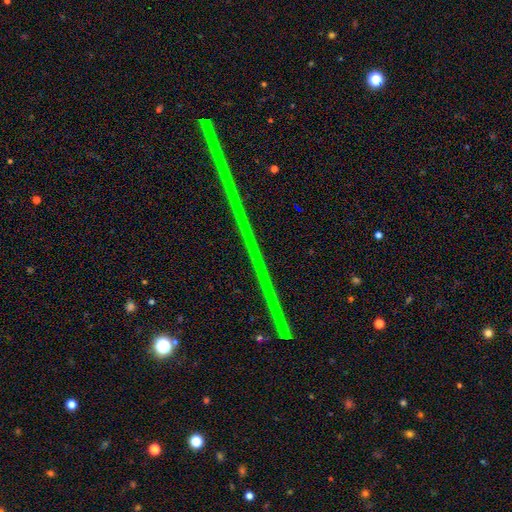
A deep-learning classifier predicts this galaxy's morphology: Smooth or featured: star or artifact — 79% (featured or disk — 14%)